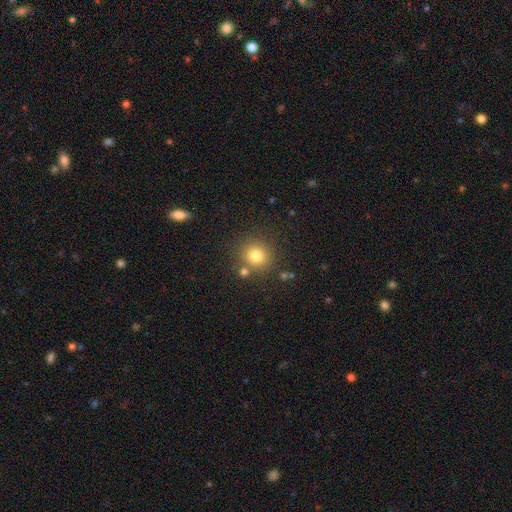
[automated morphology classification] smooth 78%, star or artifact 14%, featured or disk 8%. Down the decision tree: how rounded — round (90%); merging — none (79%).